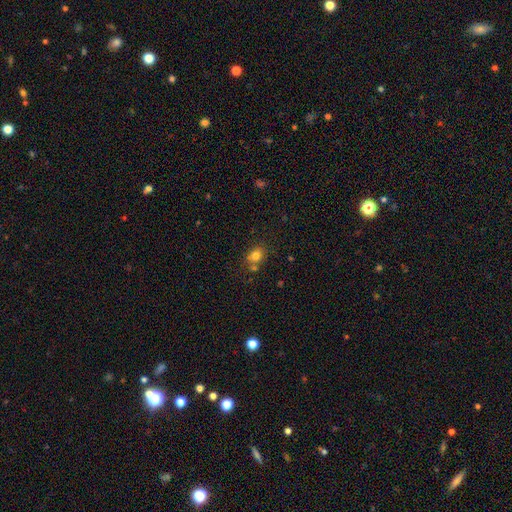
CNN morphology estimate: A smooth galaxy with no disk features (78%) that is in between round and cigar-shaped (51%). Merging: none (63%).